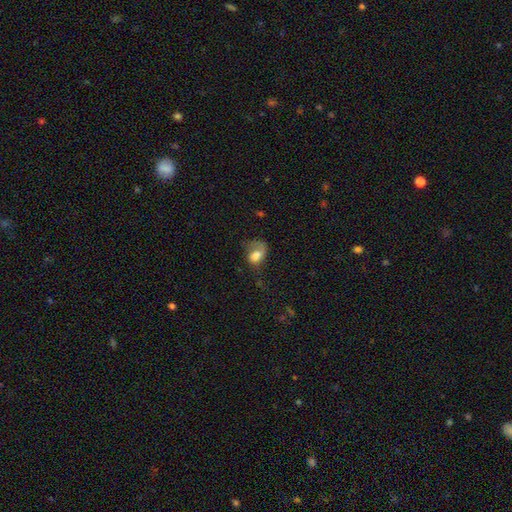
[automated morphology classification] Smooth or featured? smooth (57%)
How rounded? in between (69%)
Merging? major disturbance (46%)